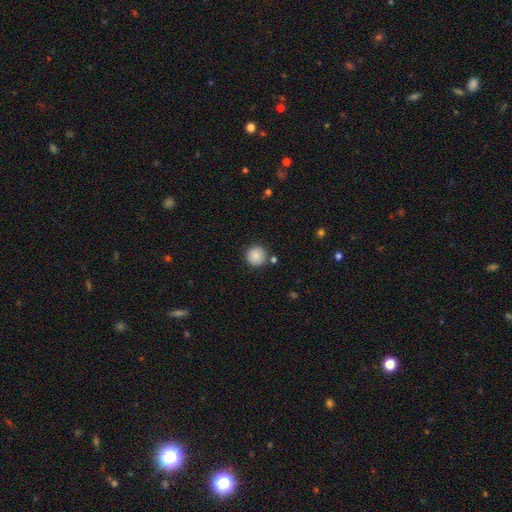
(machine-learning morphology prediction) Q: Smooth or featured?
A: smooth (87%); runner-up: star or artifact (8%)
Q: How rounded?
A: round (95%); runner-up: in between (4%)
Q: Merging?
A: none (86%); runner-up: minor disturbance (7%)